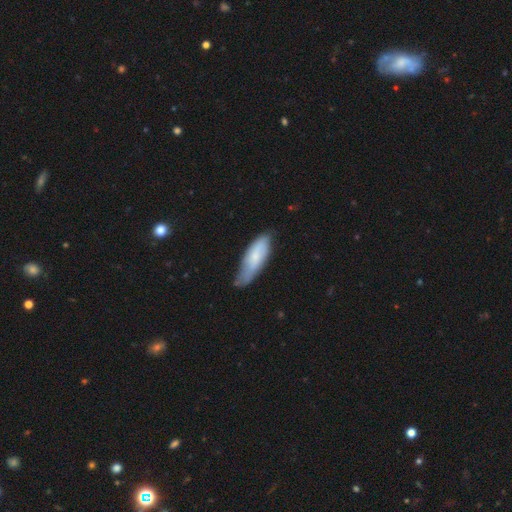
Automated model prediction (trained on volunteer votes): smooth-or-featured: smooth: 67% | featured or disk: 27% | star or artifact: 6%
  how-rounded: in between: 57% | cigar-shaped: 42% | round: 2%
  merging: none: 52% | minor disturbance: 38% | major disturbance: 8% | merger: 2%